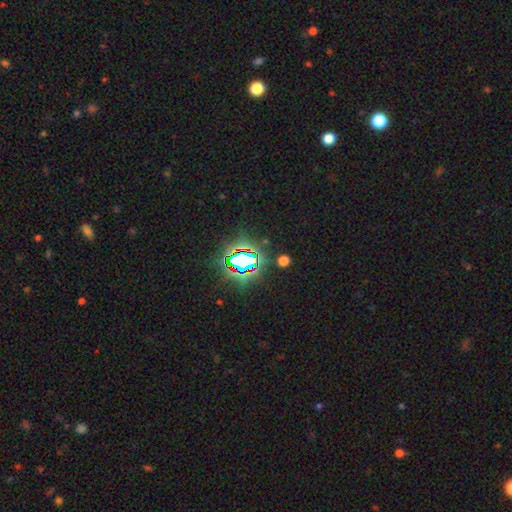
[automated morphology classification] smooth_or_featured: star or artifact (p=0.82) [alt: smooth p=0.11]